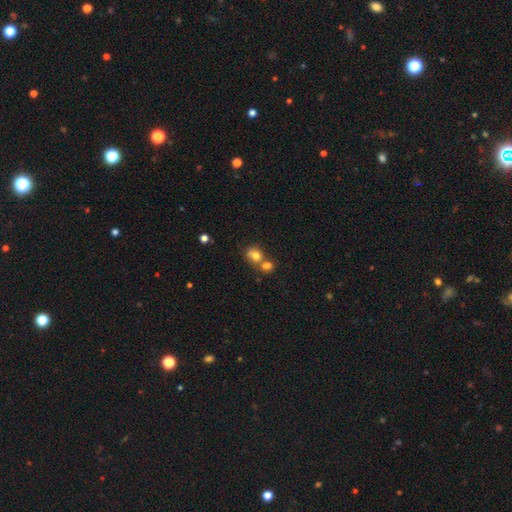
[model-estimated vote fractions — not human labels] A smooth galaxy with no disk features (76%) that is round (65%).

Vote fractions:
- Smooth or featured? smooth: 76% / featured or disk: 13% / star or artifact: 12%
- How rounded? round: 65% / in between: 34% / cigar-shaped: 1%
- Merging? merger: 54% / none: 34% / minor disturbance: 8% / major disturbance: 4%